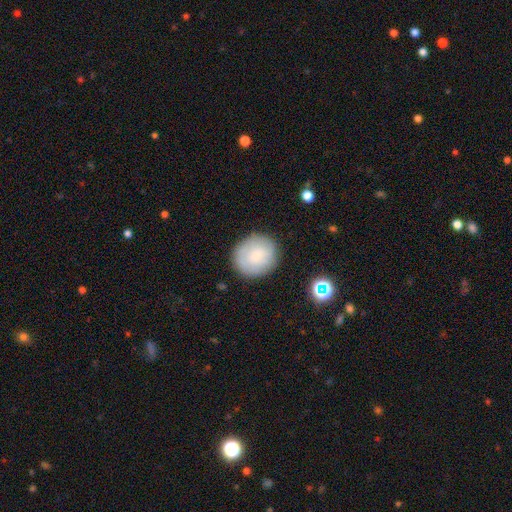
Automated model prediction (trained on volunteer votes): This appears to be a smooth galaxy with no disk features (76%) that is round (86%). Merging: none (84%).